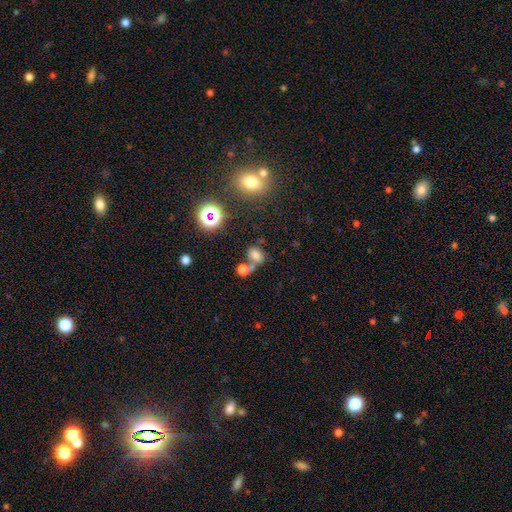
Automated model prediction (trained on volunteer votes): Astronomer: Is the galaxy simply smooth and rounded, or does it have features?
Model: smooth — 65%.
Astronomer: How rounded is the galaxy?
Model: in between — 66%.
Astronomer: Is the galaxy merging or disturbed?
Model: merger — 43% (runner-up: none, 37%).